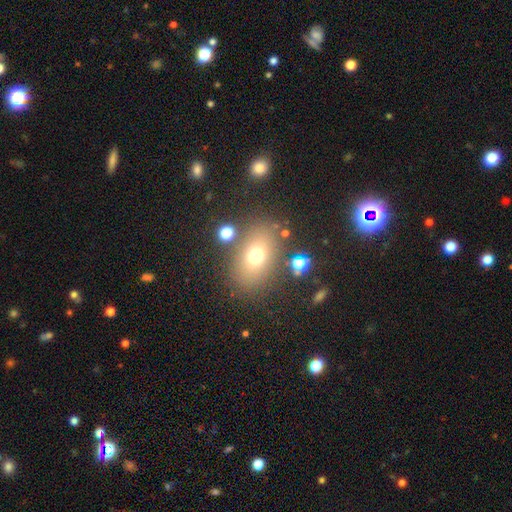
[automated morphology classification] Smooth or featured?
  - smooth: 68% *
  - star or artifact: 18%
  - featured or disk: 14%
How rounded?
  - in between: 64% *
  - round: 34%
  - cigar-shaped: 2%
Merging?
  - none: 78% *
  - minor disturbance: 10%
  - major disturbance: 6%
  - merger: 6%